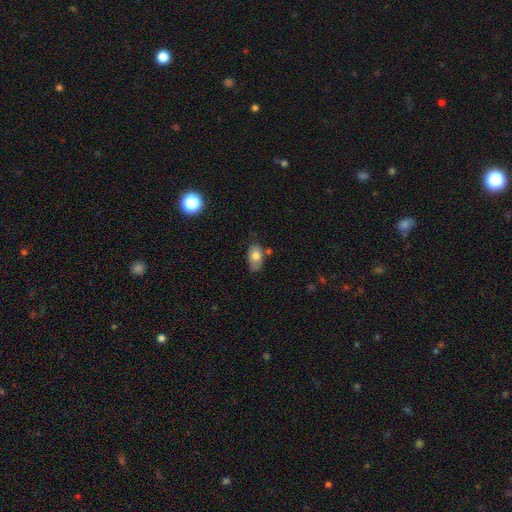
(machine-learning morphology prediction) smooth 74%, featured or disk 18%, star or artifact 8%. Down the decision tree: how rounded — in between (88%); merging — none (55%).